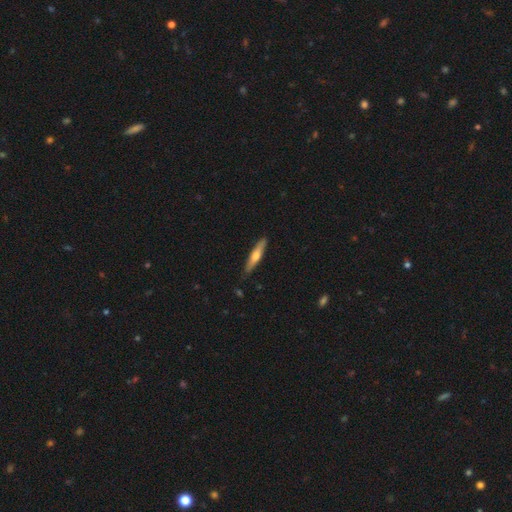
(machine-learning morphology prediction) smooth 53%, featured or disk 41%, star or artifact 5%. Down the decision tree: how rounded — cigar-shaped (87%); merging — none (88%).